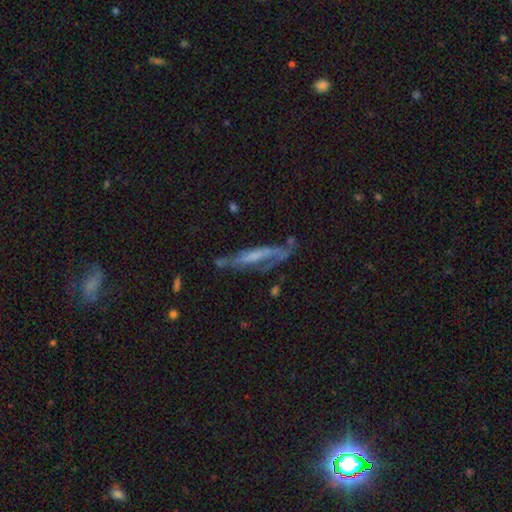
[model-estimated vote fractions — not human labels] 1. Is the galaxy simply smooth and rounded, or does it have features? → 65% featured or disk, 27% smooth, 9% star or artifact.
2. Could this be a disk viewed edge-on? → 51% no, 49% yes.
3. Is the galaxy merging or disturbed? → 49% none, 24% minor disturbance, 20% major disturbance, 6% merger.